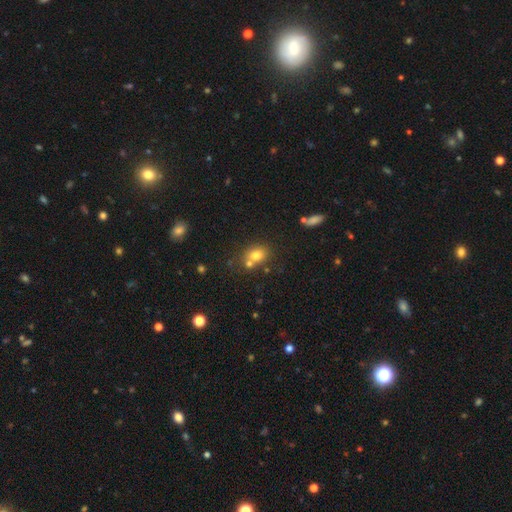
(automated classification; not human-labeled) Smooth or featured? Predicted: smooth (p=0.74). How rounded? Predicted: round (p=0.56). Merging? Predicted: none (p=0.55).